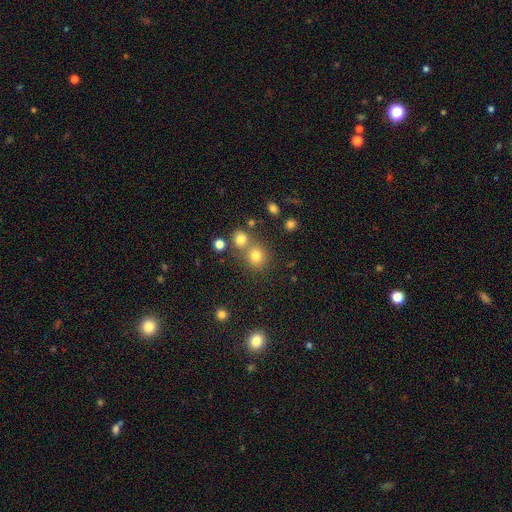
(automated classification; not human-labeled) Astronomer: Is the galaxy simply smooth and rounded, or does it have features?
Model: smooth — 76%.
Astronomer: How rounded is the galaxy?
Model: round — 86%.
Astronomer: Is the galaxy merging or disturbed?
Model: none — 61%.